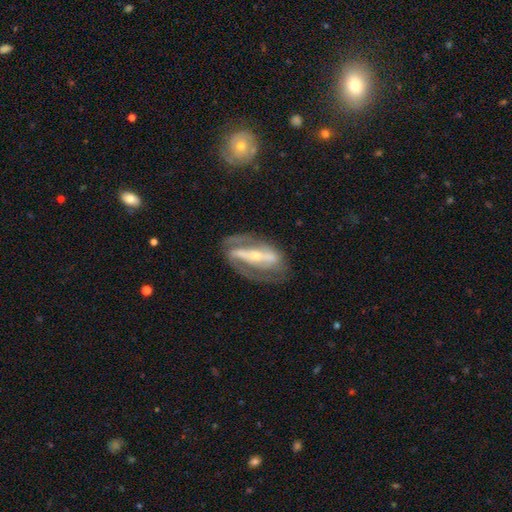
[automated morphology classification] Q: Smooth or featured?
A: featured or disk (83%); runner-up: smooth (12%)
Q: Edge-on disk?
A: no (85%); runner-up: yes (15%)
Q: Bar?
A: strong (74%); runner-up: weak (13%)
Q: Spiral arms?
A: yes (76%); runner-up: no (24%)
Q: Spiral winding?
A: medium (41%); runner-up: tight (39%)
Q: Spiral arm count?
A: 2 (79%); runner-up: can't tell (11%)
Q: Bulge size?
A: small (61%); runner-up: moderate (34%)
Q: Merging?
A: none (68%); runner-up: minor disturbance (17%)